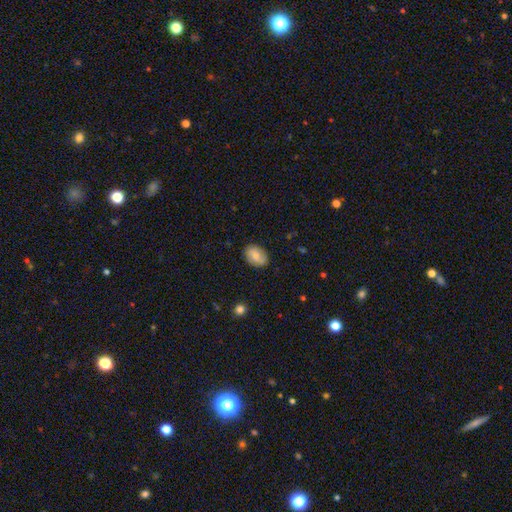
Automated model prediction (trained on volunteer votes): Morphology: type=smooth (75%); roundness=in between (81%); merging=none (85%).